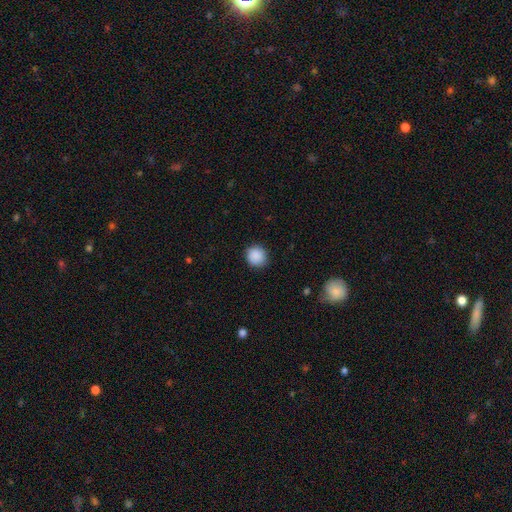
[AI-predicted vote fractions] smooth_or_featured: smooth (p=0.89) [alt: star or artifact p=0.08]
how_rounded: round (p=0.93) [alt: in between p=0.06]
merging: none (p=0.90) [alt: minor disturbance p=0.07]